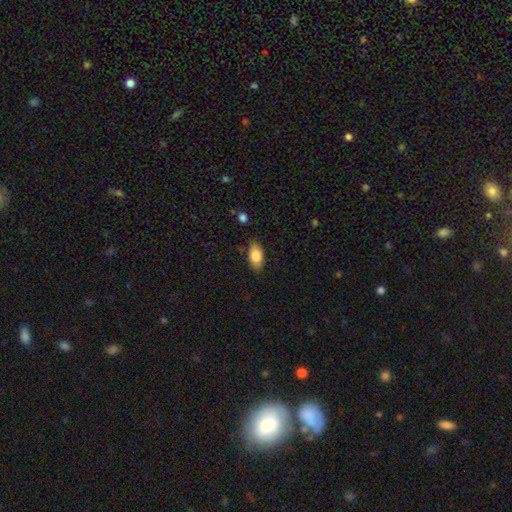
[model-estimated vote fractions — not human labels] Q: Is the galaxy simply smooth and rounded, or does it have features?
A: smooth — 84%.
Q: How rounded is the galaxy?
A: in between — 92%.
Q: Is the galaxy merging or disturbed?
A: none — 82%.